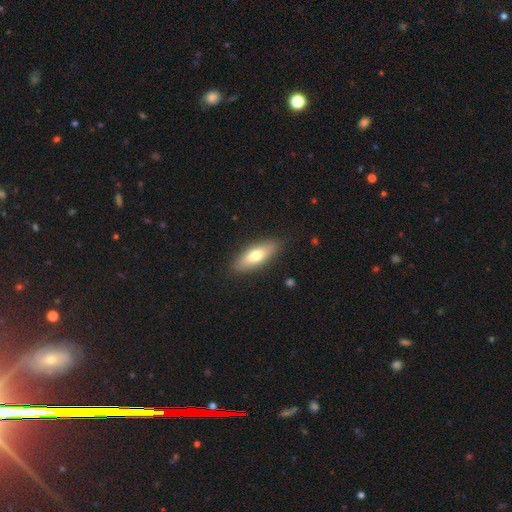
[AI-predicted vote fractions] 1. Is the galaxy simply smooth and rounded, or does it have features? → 67% smooth, 27% featured or disk, 6% star or artifact.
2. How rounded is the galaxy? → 65% in between, 32% cigar-shaped, 3% round.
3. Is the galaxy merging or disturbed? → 87% none, 10% minor disturbance, 2% major disturbance, 1% merger.